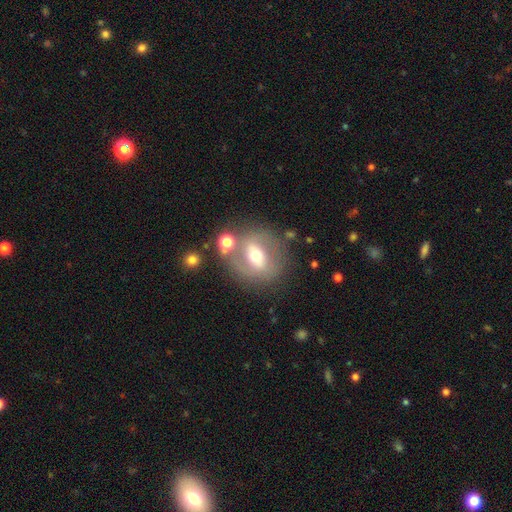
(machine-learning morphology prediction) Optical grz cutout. It shows a featured or disk galaxy (53%). Merging: none (67%).